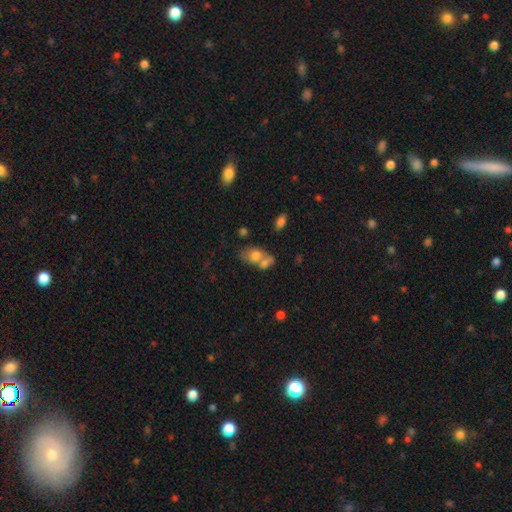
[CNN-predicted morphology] Q: Smooth or featured?
A: smooth (72%); runner-up: featured or disk (19%)
Q: How rounded?
A: in between (74%); runner-up: round (24%)
Q: Merging?
A: merger (53%); runner-up: none (29%)